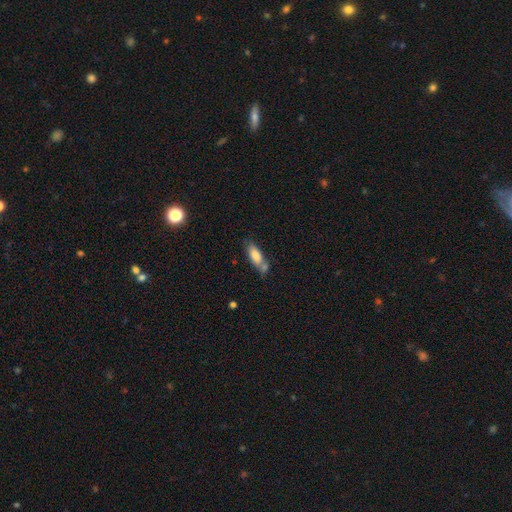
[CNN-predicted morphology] Smooth or featured?
  - smooth: 76% *
  - featured or disk: 16%
  - star or artifact: 7%
How rounded?
  - in between: 66% *
  - cigar-shaped: 31%
  - round: 2%
Merging?
  - none: 50% *
  - merger: 24%
  - minor disturbance: 20%
  - major disturbance: 6%